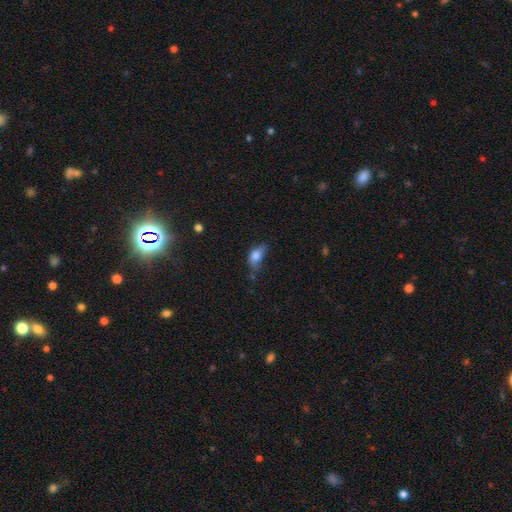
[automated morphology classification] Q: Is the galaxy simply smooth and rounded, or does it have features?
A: smooth — 76%.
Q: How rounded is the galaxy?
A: in between — 83%.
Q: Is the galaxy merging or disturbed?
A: minor disturbance — 40%.